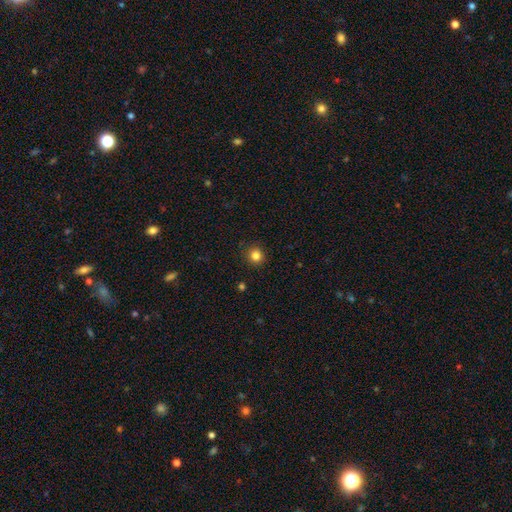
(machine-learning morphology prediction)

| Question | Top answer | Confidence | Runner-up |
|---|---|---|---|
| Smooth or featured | smooth | 82% | star or artifact (13%) |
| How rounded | round | 92% | in between (7%) |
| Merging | none | 91% | minor disturbance (6%) |